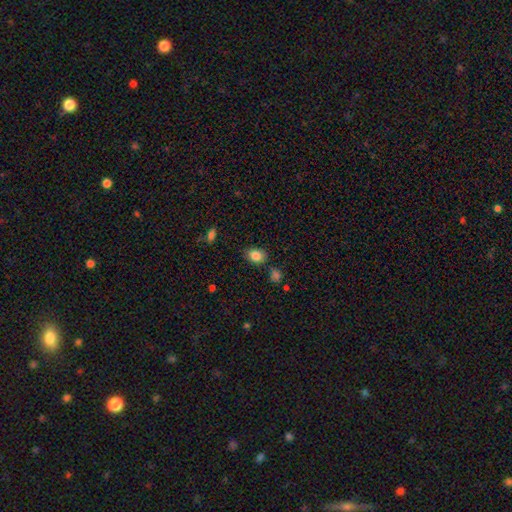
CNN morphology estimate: A smooth galaxy with no disk features (84%) that is in between round and cigar-shaped (65%). Merging: none (81%).